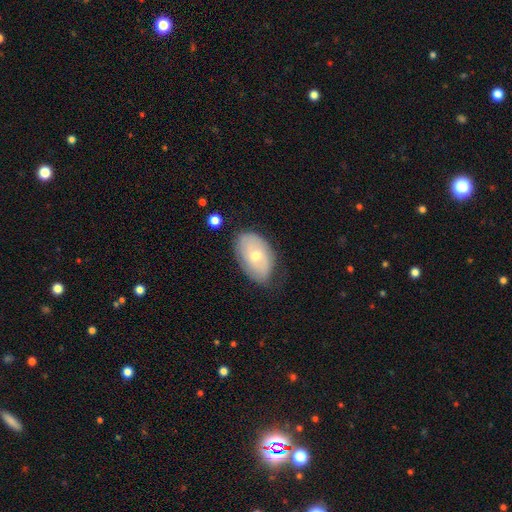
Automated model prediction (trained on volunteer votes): The model was most divided on "smooth or featured": smooth: 54%, featured or disk: 39%, star or artifact: 7%. More confident: how rounded — in between (90%); merging — none (70%).